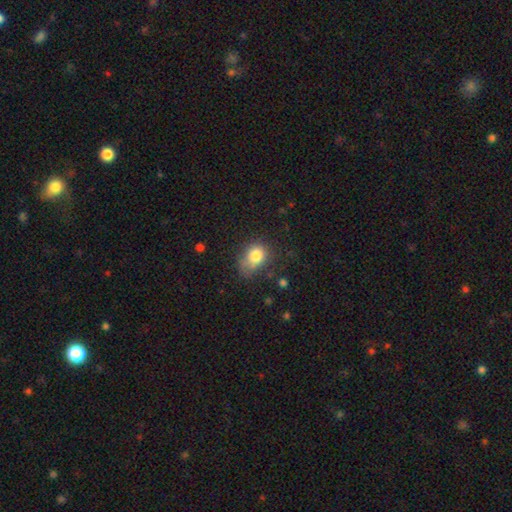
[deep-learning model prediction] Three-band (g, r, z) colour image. It shows a smooth galaxy with no disk features (79%) that is in between round and cigar-shaped (53%). Merging: none (44%).